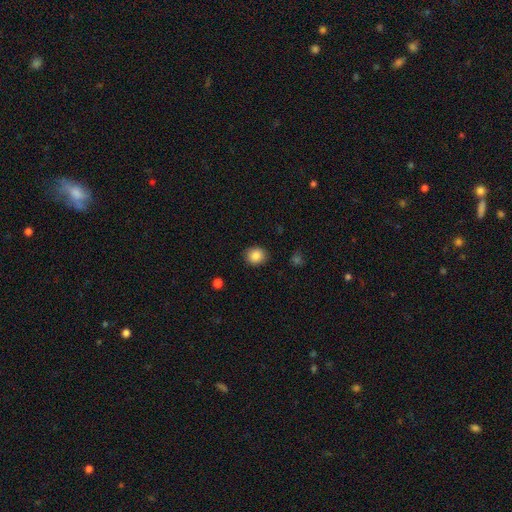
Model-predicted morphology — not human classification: A smooth galaxy with no disk features (87%) that is round (71%).

Vote fractions:
- Smooth or featured? smooth: 87% / star or artifact: 9% / featured or disk: 4%
- How rounded? round: 71% / in between: 28% / cigar-shaped: 1%
- Merging? none: 88% / minor disturbance: 9% / major disturbance: 2% / merger: 1%